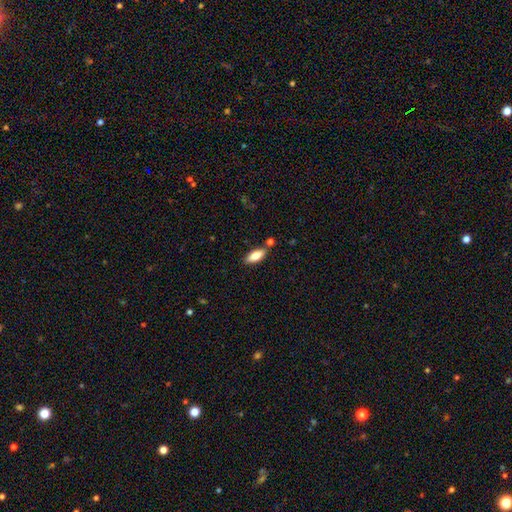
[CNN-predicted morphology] A smooth galaxy with no disk features (80%) that is in between round and cigar-shaped (76%).

Vote fractions:
- Smooth or featured? smooth: 80% / featured or disk: 14% / star or artifact: 7%
- How rounded? in between: 76% / cigar-shaped: 22% / round: 2%
- Merging? none: 80% / minor disturbance: 12% / merger: 6% / major disturbance: 2%